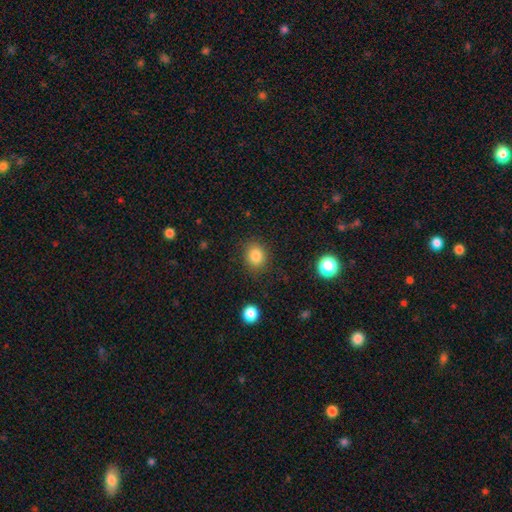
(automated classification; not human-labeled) smooth 84%, star or artifact 11%, featured or disk 5%. Down the decision tree: how rounded — round (69%); merging — none (86%).